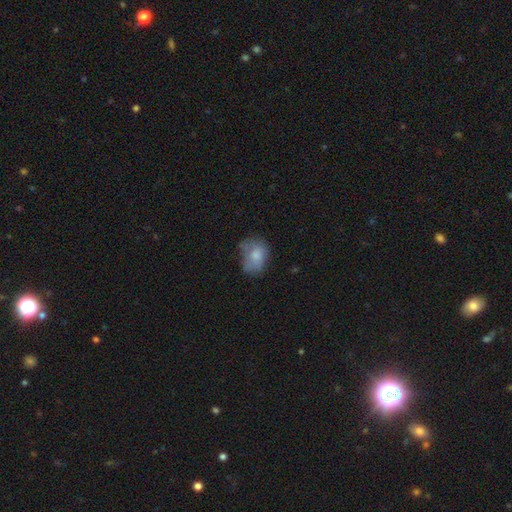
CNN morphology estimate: The model was most divided on "merging": none: 38%, minor disturbance: 35%, major disturbance: 23%, merger: 4%. More confident: smooth or featured — smooth (70%); how rounded — in between (66%).